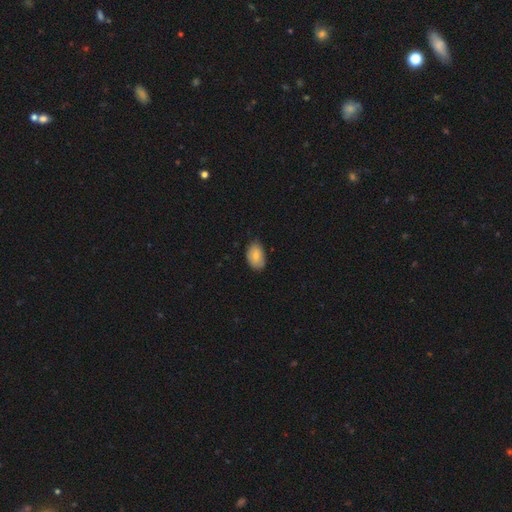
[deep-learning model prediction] Q: Smooth or featured?
A: smooth (79%); runner-up: featured or disk (14%)
Q: How rounded?
A: in between (90%); runner-up: round (8%)
Q: Merging?
A: none (76%); runner-up: minor disturbance (20%)